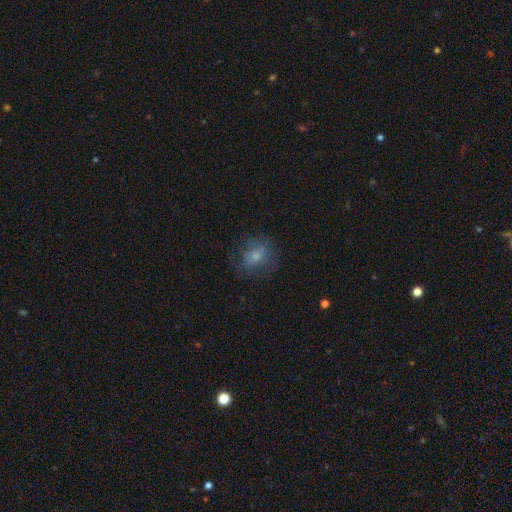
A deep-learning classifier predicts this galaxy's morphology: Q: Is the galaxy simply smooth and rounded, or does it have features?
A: smooth — 66%.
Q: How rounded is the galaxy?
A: round — 53%.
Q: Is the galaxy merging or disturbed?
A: none — 66%.